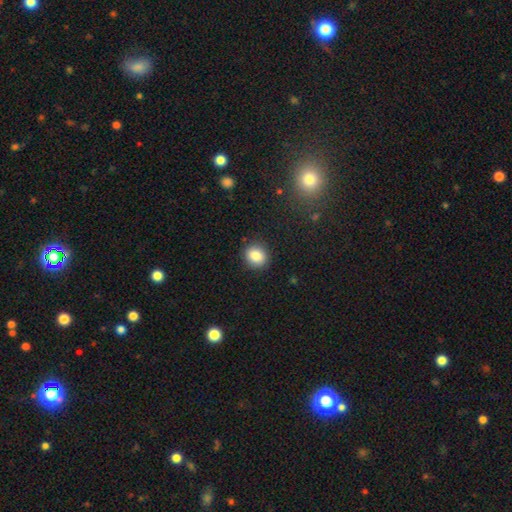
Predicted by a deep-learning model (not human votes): Smooth or featured? Predicted: smooth (p=0.86). How rounded? Predicted: round (p=0.70). Merging? Predicted: none (p=0.89).